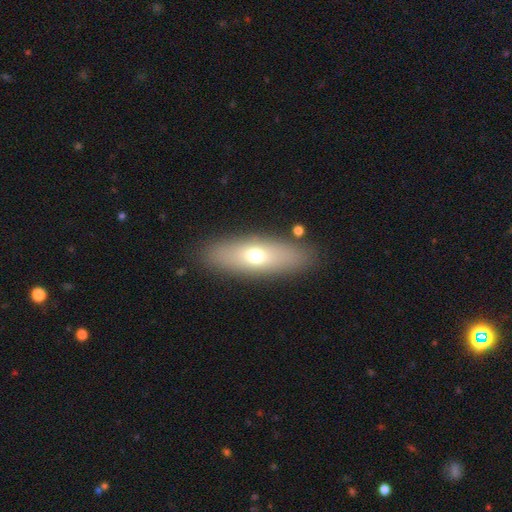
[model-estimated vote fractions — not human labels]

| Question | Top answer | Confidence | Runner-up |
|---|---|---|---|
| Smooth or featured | smooth | 64% | featured or disk (29%) |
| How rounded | in between | 57% | cigar-shaped (40%) |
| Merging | none | 86% | minor disturbance (9%) |